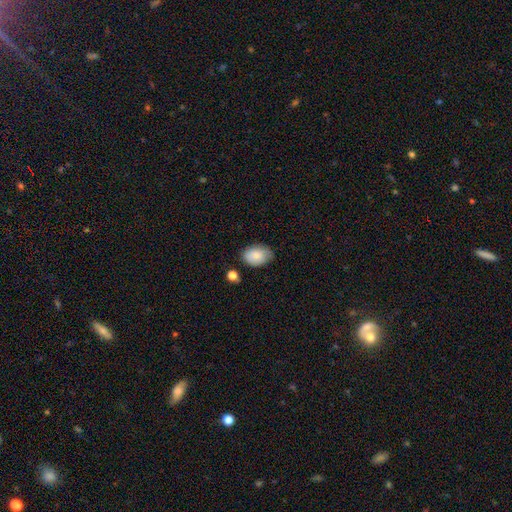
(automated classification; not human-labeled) This appears to be a smooth galaxy with no disk features (83%) that is in between round and cigar-shaped (85%). Merging: none (71%).